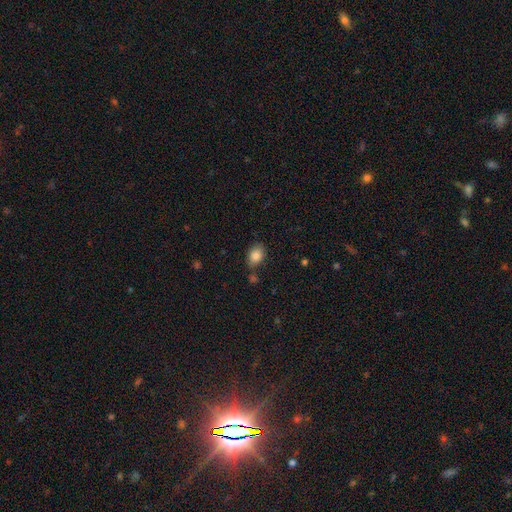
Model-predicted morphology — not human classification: A smooth galaxy with no disk features (85%) that is in between round and cigar-shaped (76%).

Vote fractions:
- Smooth or featured? smooth: 85% / star or artifact: 9% / featured or disk: 7%
- How rounded? in between: 76% / round: 22% / cigar-shaped: 1%
- Merging? none: 75% / minor disturbance: 15% / merger: 6% / major disturbance: 4%